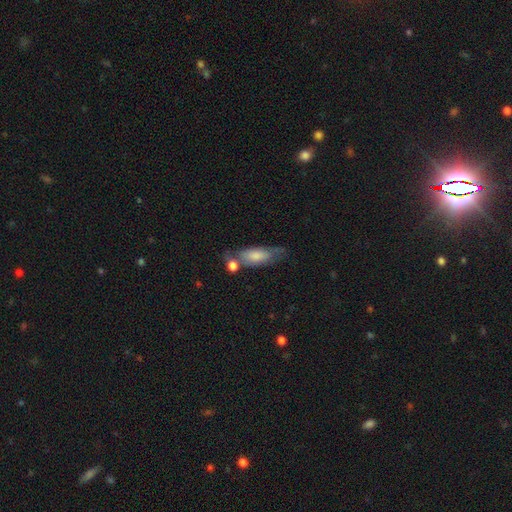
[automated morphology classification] smooth 72%, featured or disk 21%, star or artifact 7%. Down the decision tree: how rounded — in between (69%); merging — none (45%).